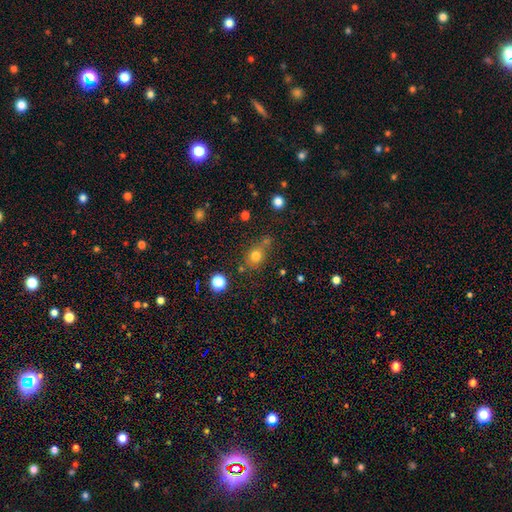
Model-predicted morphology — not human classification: Q: Smooth or featured?
A: smooth (75%); runner-up: star or artifact (15%)
Q: How rounded?
A: round (64%); runner-up: in between (34%)
Q: Merging?
A: none (62%); runner-up: minor disturbance (17%)